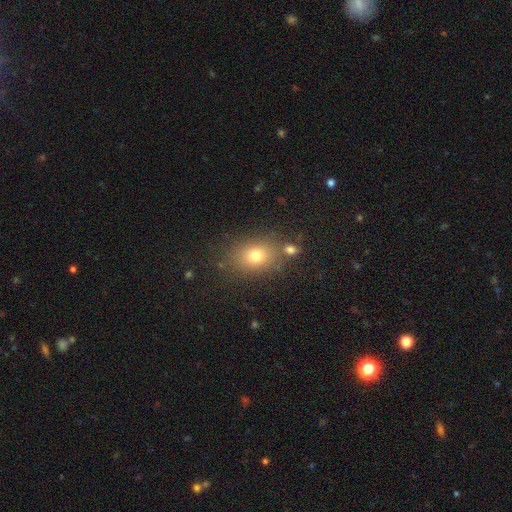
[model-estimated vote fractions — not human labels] Smooth or featured: smooth — 74% (star or artifact — 15%)
How rounded: in between — 62% (round — 37%)
Merging: none — 76% (minor disturbance — 12%)